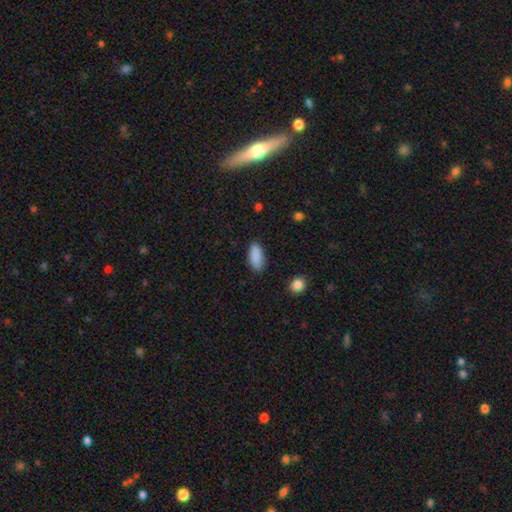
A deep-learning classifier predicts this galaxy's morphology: Smooth or featured? Predicted: smooth (p=0.89). How rounded? Predicted: in between (p=0.84). Merging? Predicted: none (p=0.85).